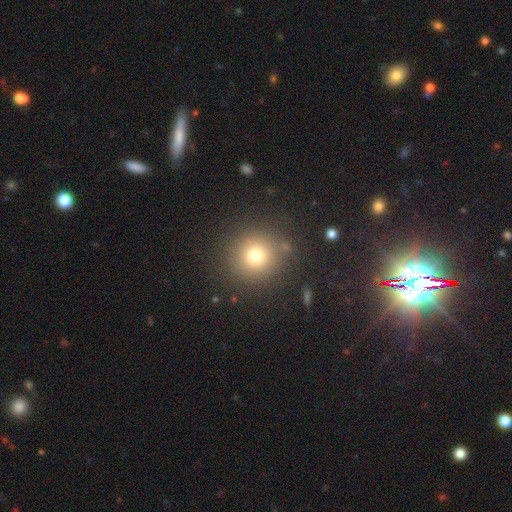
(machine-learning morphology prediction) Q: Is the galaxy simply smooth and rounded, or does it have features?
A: smooth — 74%.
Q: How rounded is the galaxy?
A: round — 93%.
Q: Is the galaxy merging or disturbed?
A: none — 85%.